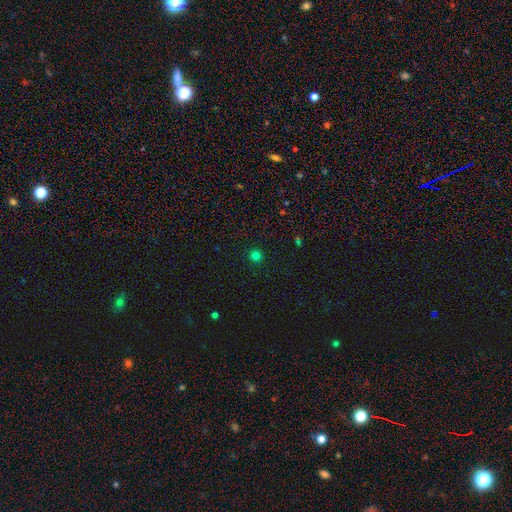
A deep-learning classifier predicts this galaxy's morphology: type=smooth (78%); roundness=round (94%); merging=none (92%).